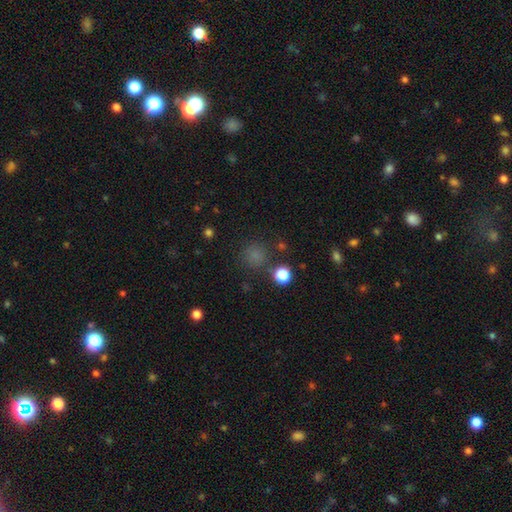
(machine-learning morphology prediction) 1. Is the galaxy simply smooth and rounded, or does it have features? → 74% smooth, 21% star or artifact, 5% featured or disk.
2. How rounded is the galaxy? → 92% round, 7% in between, 1% cigar-shaped.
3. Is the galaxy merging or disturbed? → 82% none, 10% minor disturbance, 5% merger, 4% major disturbance.